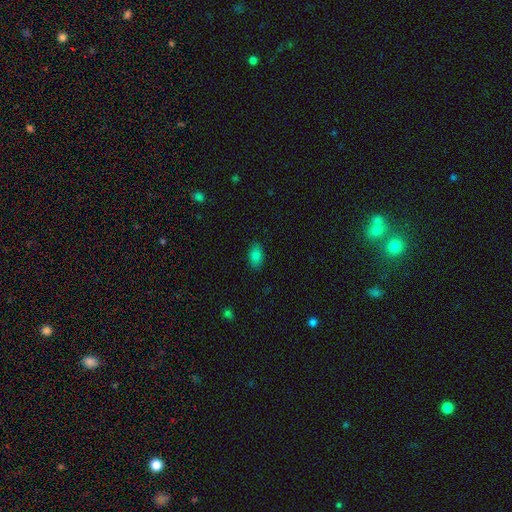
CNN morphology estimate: smooth-or-featured: smooth: 82% | star or artifact: 11% | featured or disk: 7%
  how-rounded: in between: 90% | round: 8% | cigar-shaped: 2%
  merging: none: 86% | minor disturbance: 10% | major disturbance: 2% | merger: 1%